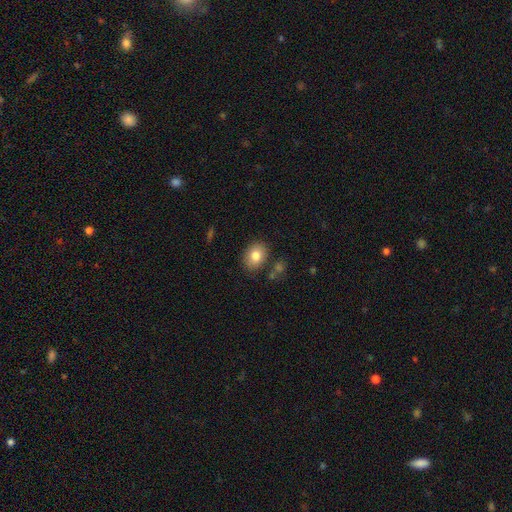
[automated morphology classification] Smooth or featured? smooth (81%)
How rounded? in between (60%)
Merging? none (81%)